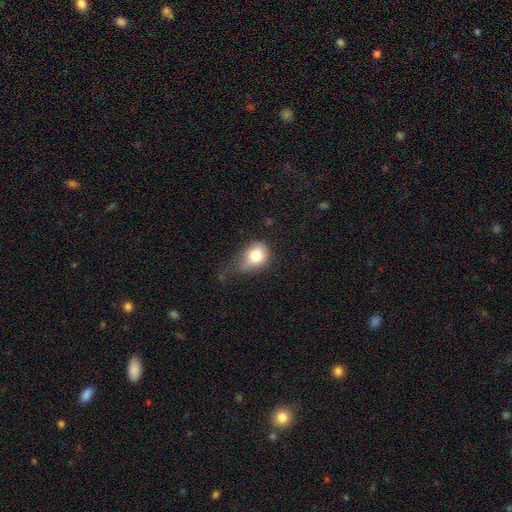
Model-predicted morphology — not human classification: Overall: smooth (77%). How rounded: in between (50%; round 48%). Merging: minor disturbance (41%; none 29%).